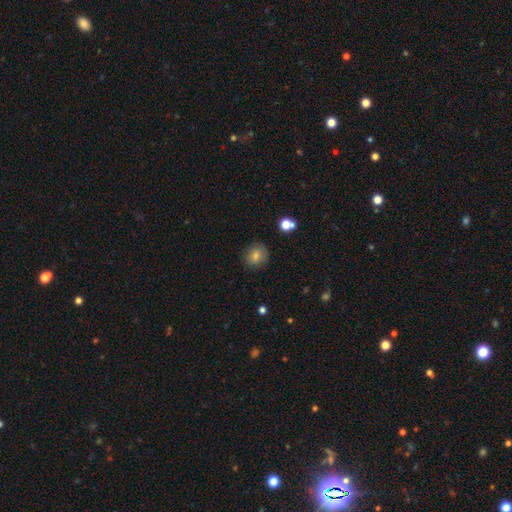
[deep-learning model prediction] Overall: smooth (74%). How rounded: round (78%). Merging: none (86%).